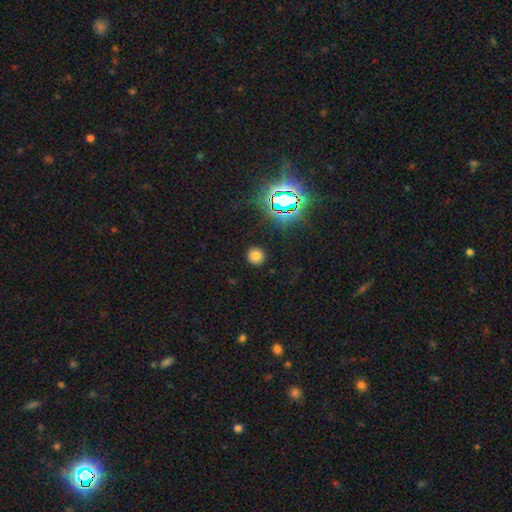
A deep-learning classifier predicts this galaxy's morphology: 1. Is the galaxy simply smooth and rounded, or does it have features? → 73% smooth, 21% star or artifact, 6% featured or disk.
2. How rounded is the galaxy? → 92% round, 7% in between, 1% cigar-shaped.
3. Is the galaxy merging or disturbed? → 90% none, 6% minor disturbance, 2% major disturbance, 1% merger.